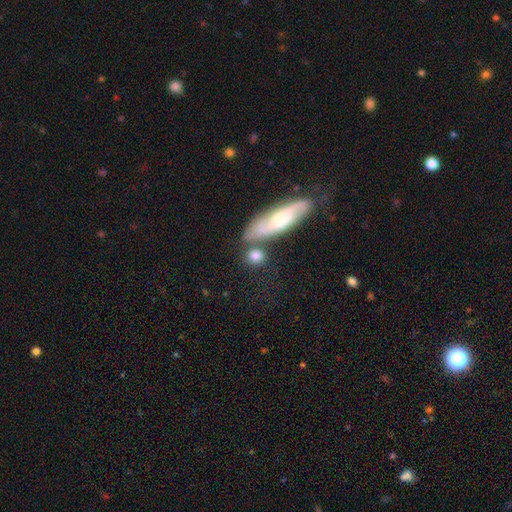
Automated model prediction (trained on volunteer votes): This is likely a smooth galaxy (79%). How rounded: likely round (65%). Merging: likely none (64%).